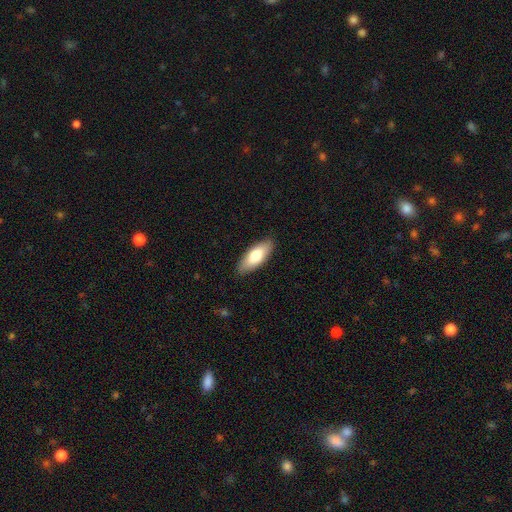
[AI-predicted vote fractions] Q: Smooth or featured?
A: smooth (74%); runner-up: featured or disk (20%)
Q: How rounded?
A: in between (75%); runner-up: cigar-shaped (23%)
Q: Merging?
A: none (88%); runner-up: minor disturbance (9%)